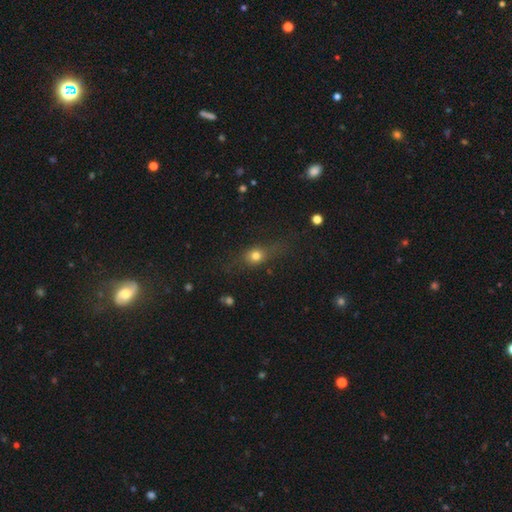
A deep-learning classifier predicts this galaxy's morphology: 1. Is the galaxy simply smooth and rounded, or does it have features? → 69% smooth, 16% featured or disk, 14% star or artifact.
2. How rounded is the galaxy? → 51% round, 38% in between, 11% cigar-shaped.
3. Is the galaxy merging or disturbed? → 66% none, 19% minor disturbance, 13% major disturbance, 3% merger.